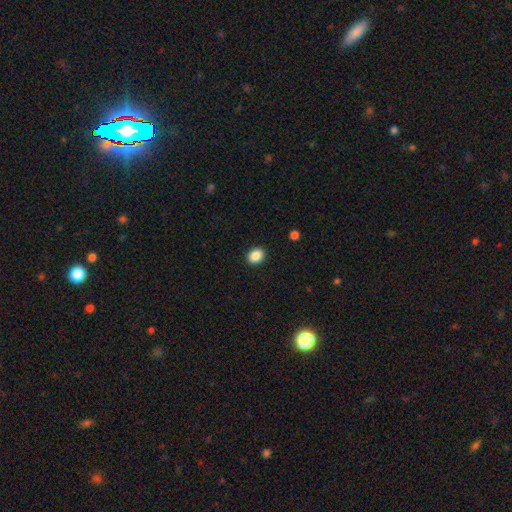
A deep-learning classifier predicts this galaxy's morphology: type=smooth (87%); roundness=in between (50%); merging=none (91%).